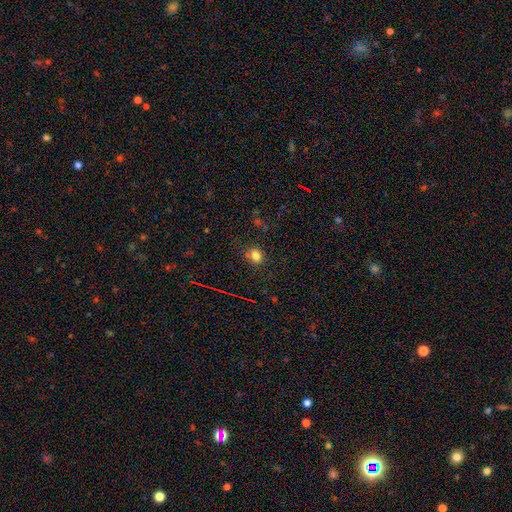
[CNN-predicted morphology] type=smooth (77%); roundness=round (63%); merging=none (80%).